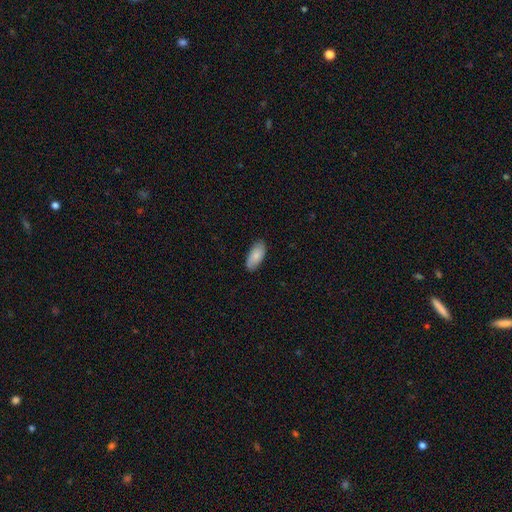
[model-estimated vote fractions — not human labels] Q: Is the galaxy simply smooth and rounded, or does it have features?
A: smooth — 81%.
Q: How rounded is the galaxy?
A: in between — 92%.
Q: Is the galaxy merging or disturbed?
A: none — 85%.